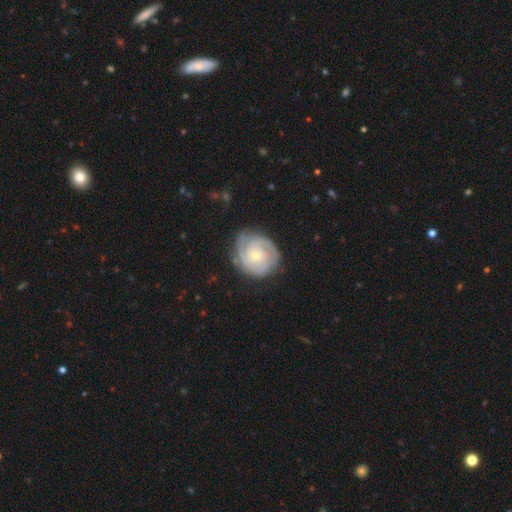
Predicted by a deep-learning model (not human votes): The model was most divided on "spiral arm count": 3: 28%, 2: 27%, can't tell: 26%, 4: 8%, 1: 6%, more than 4: 5%. More confident: edge-on disk — no (98%); spiral arms — yes (95%); smooth or featured — featured or disk (81%); merging — none (74%); bar — no (74%); spiral winding — tight (74%); bulge size — small (62%).